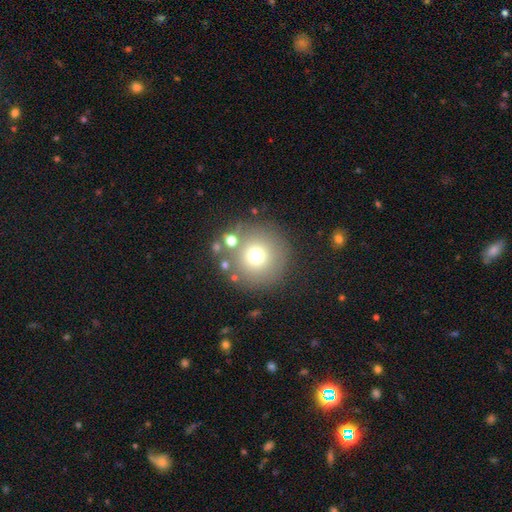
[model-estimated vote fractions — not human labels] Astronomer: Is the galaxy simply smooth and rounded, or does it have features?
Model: smooth — 69%.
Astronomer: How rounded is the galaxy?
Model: round — 96%.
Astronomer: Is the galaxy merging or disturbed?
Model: none — 80%.